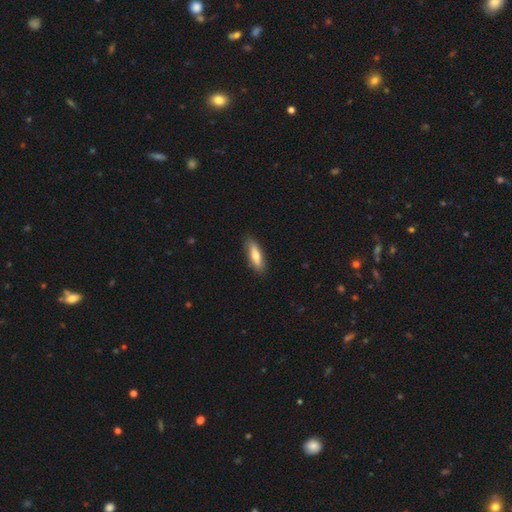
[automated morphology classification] type=smooth (65%); roundness=cigar-shaped (51%); merging=none (86%).